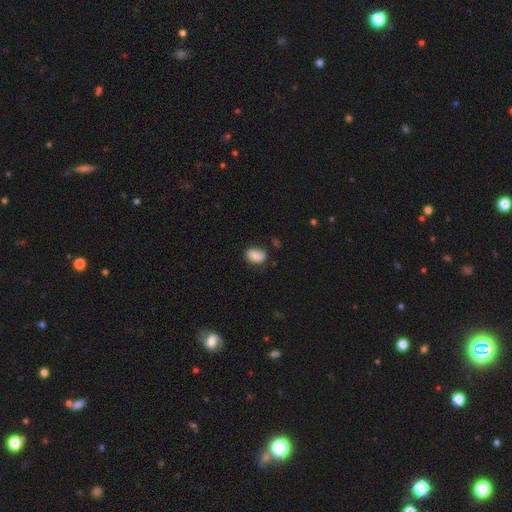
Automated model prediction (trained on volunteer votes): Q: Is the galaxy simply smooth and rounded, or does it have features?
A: smooth — 82%.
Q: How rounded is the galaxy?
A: in between — 82%.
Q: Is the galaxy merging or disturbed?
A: none — 68%.